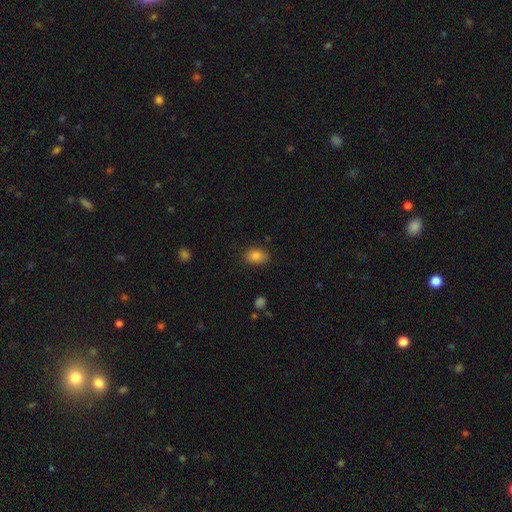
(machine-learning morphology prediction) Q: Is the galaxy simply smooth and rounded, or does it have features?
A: smooth — 84%.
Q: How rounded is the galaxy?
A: in between — 78%.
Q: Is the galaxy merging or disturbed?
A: none — 84%.